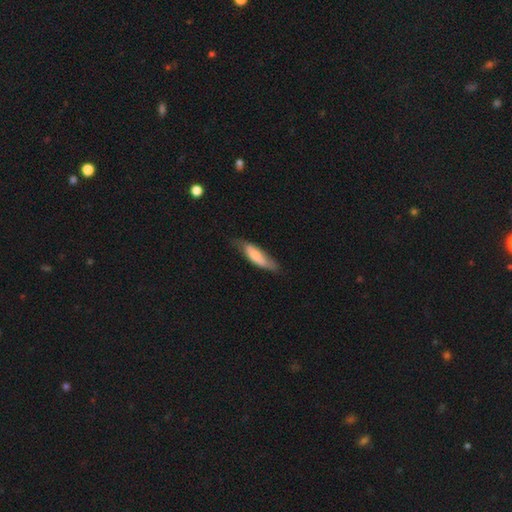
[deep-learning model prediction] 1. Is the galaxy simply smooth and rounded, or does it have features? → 67% smooth, 28% featured or disk, 6% star or artifact.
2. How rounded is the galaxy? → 53% cigar-shaped, 45% in between, 2% round.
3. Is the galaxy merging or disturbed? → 62% none, 29% minor disturbance, 7% major disturbance, 2% merger.